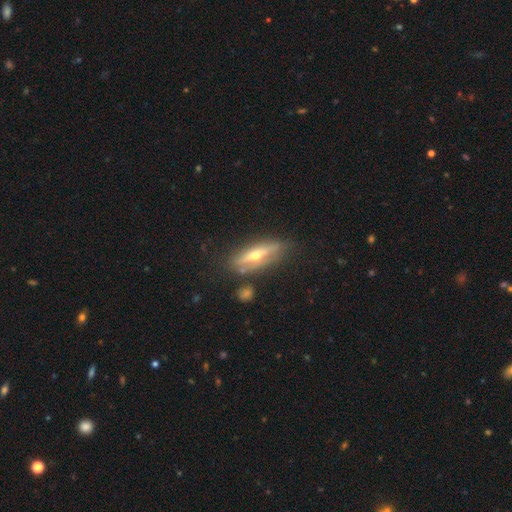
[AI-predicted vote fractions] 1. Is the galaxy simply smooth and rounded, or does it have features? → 68% featured or disk, 26% smooth, 6% star or artifact.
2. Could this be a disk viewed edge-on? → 84% yes, 16% no.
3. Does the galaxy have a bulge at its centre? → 92% rounded, 5% none, 3% boxy.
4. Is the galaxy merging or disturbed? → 76% none, 15% minor disturbance, 5% merger, 5% major disturbance.